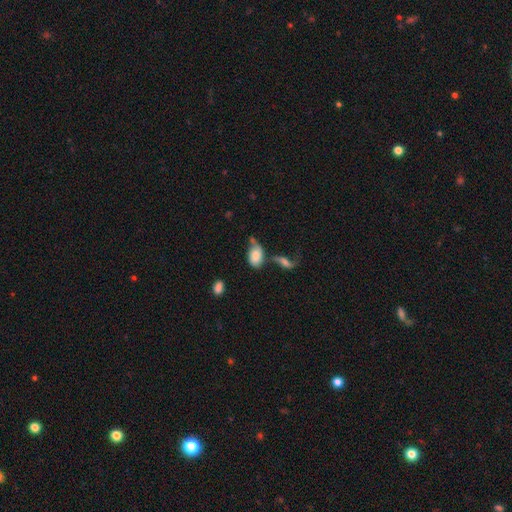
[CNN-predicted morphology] This appears to be a smooth galaxy with no disk features (70%) that is in between round and cigar-shaped (87%). Merging: none (30%).